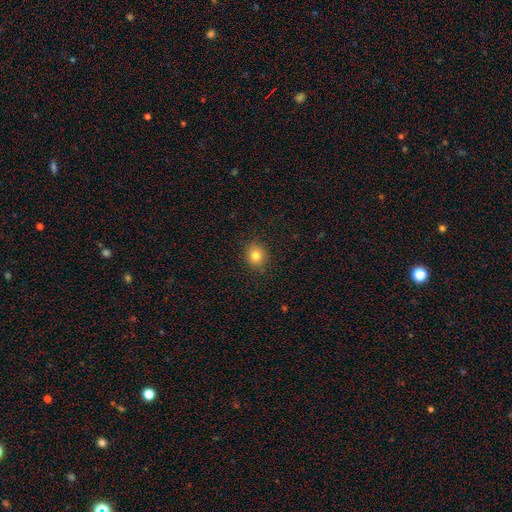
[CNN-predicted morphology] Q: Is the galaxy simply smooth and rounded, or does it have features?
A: smooth — 80%.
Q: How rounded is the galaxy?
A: round — 81%.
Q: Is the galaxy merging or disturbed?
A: none — 89%.